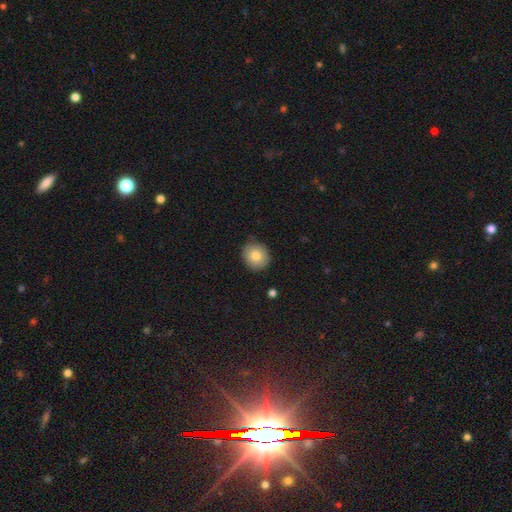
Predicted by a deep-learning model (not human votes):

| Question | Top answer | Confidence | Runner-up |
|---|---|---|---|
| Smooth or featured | smooth | 82% | featured or disk (10%) |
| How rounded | round | 85% | in between (14%) |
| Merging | none | 87% | minor disturbance (10%) |